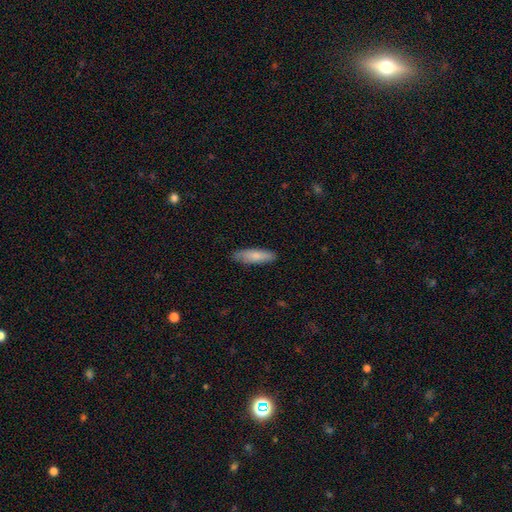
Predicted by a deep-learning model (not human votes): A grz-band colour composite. It shows a smooth galaxy with no disk features (80%) that is cigar-shaped (60%). Merging: none (83%).